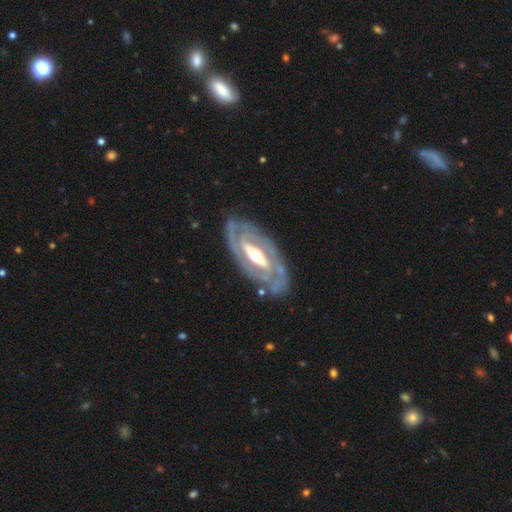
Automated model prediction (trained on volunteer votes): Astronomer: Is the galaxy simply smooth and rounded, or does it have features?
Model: featured or disk — 90%.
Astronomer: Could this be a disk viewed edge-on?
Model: no — 94%.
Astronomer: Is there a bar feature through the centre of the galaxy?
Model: strong — 51% (runner-up: weak, 28%).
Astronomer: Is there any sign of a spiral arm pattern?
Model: yes — 93%.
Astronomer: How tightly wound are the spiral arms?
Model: tight — 65%.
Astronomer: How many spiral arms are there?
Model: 2 — 78%.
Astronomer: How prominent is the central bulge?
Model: moderate — 65%.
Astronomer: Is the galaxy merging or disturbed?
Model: none — 80%.